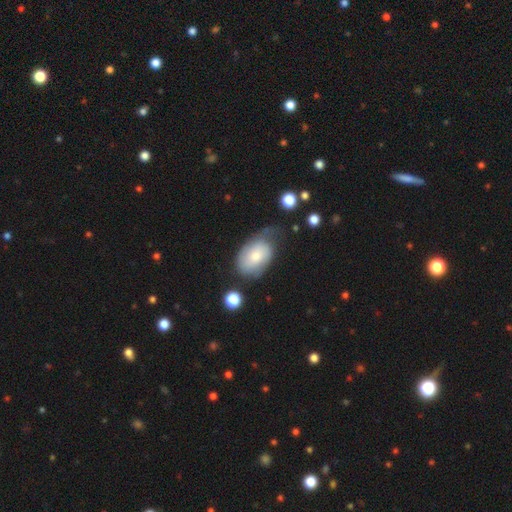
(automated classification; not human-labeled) This is possibly a smooth galaxy (56%). How rounded: clearly in between (84%). Merging: marginally none (40%).